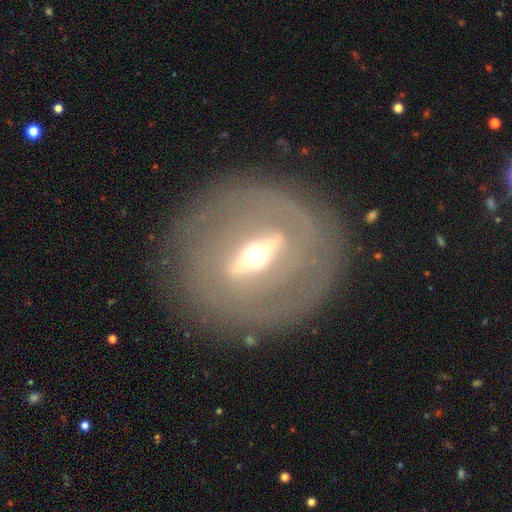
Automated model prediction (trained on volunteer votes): Q: Smooth or featured?
A: featured or disk (80%); runner-up: smooth (13%)
Q: Edge-on disk?
A: no (69%); runner-up: yes (31%)
Q: Bar?
A: strong (73%); runner-up: weak (19%)
Q: Spiral arms?
A: no (70%); runner-up: yes (30%)
Q: Bulge size?
A: moderate (60%); runner-up: small (33%)
Q: Merging?
A: none (84%); runner-up: minor disturbance (10%)